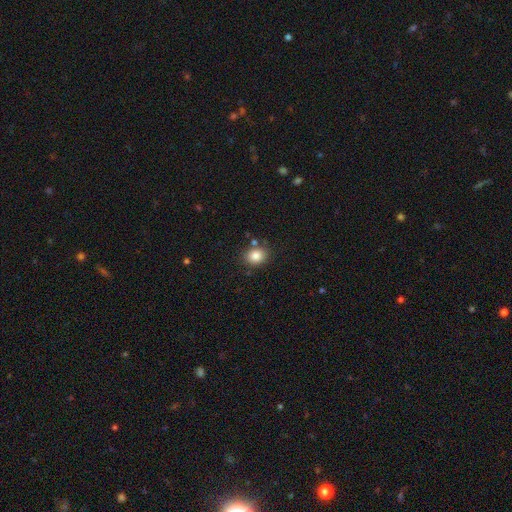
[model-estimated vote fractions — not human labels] Smooth or featured? smooth (84%)
How rounded? round (62%)
Merging? none (79%)